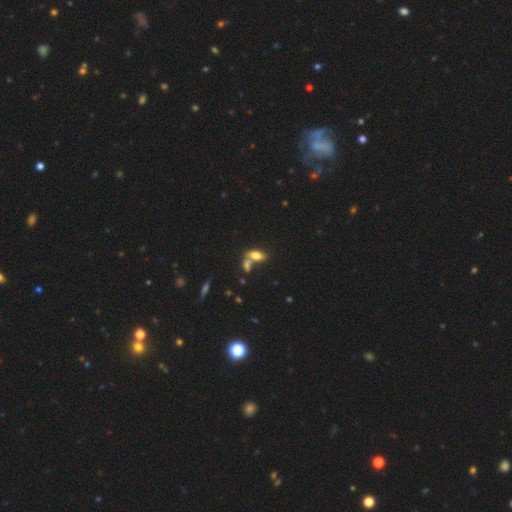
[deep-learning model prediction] smooth 69%, featured or disk 20%, star or artifact 11%. Down the decision tree: how rounded — in between (80%); merging — merger (50%).